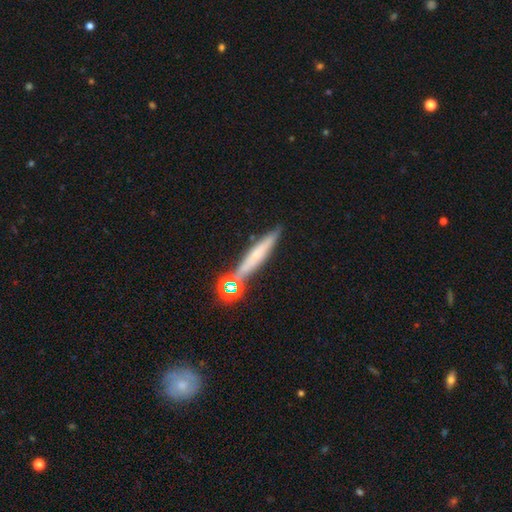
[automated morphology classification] Smooth or featured: featured or disk — 42% (tied with smooth — 42%)
Merging: none — 71% (minor disturbance — 13%)